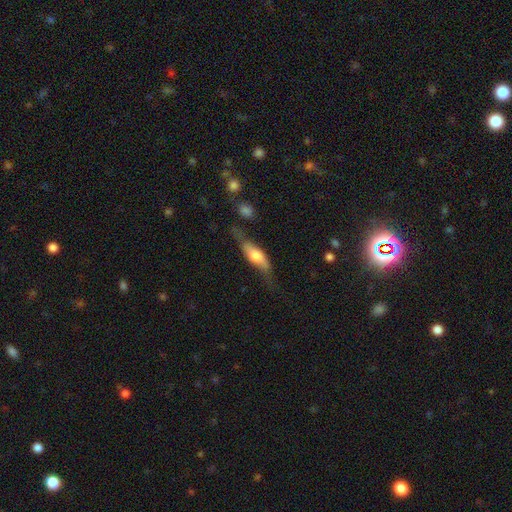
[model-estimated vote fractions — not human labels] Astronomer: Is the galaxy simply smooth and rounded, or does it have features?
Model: smooth — 49% (runner-up: featured or disk, 45%).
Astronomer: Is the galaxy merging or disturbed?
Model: none — 49% (runner-up: minor disturbance, 28%).